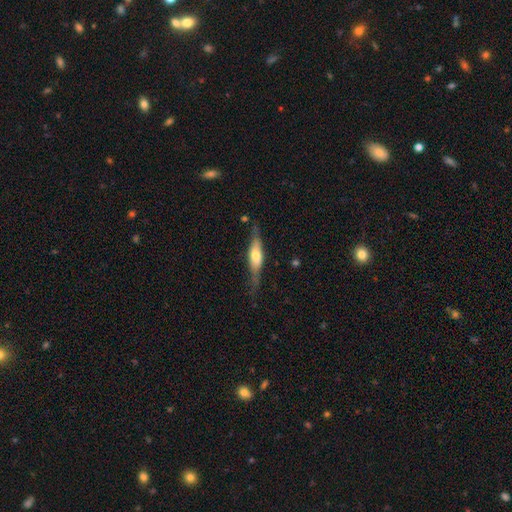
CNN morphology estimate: type=featured or disk (55%); edge-on=yes (86%); merging=none (69%).